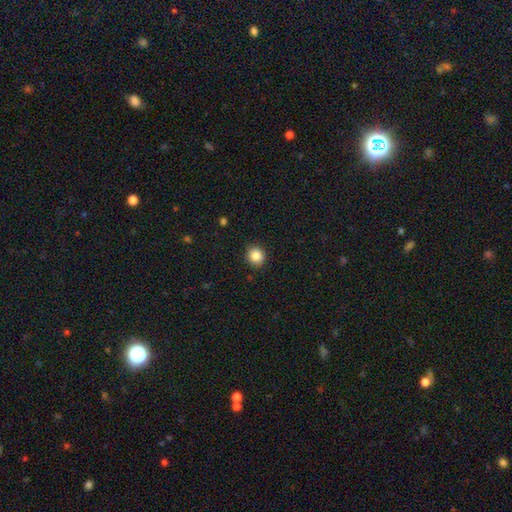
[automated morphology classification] smooth 85%, star or artifact 10%, featured or disk 5%. Down the decision tree: how rounded — round (85%); merging — none (90%).